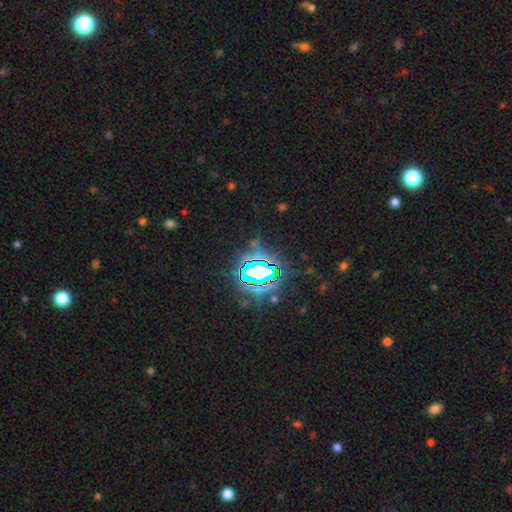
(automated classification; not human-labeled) Smooth or featured? Predicted: star or artifact (p=0.82).